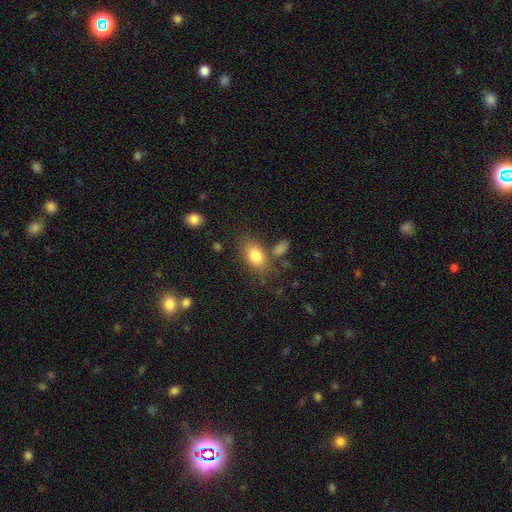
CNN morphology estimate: smooth-or-featured: smooth: 82% | featured or disk: 10% | star or artifact: 8%
  how-rounded: in between: 85% | round: 13% | cigar-shaped: 2%
  merging: none: 69% | minor disturbance: 16% | merger: 10% | major disturbance: 6%